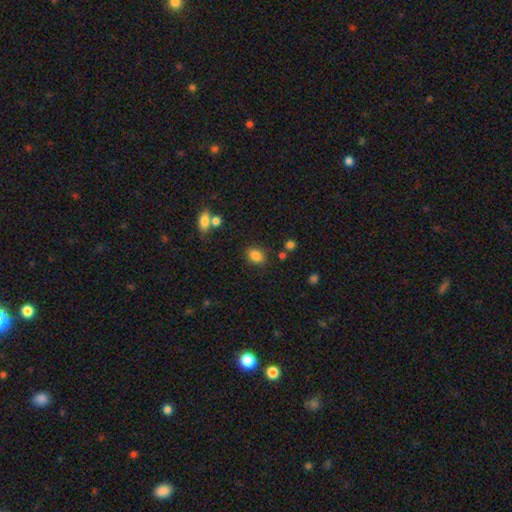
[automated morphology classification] Smooth or featured: smooth — 83% (star or artifact — 11%)
How rounded: in between — 70% (round — 29%)
Merging: none — 80% (minor disturbance — 11%)